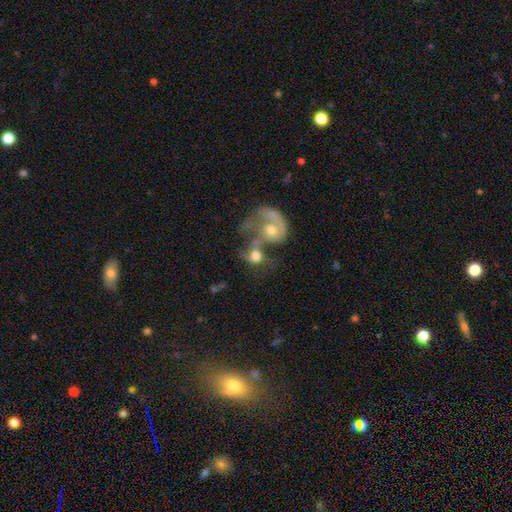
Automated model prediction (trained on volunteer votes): Morphology: type=featured or disk (53%); edge-on=no (96%); bar=no (78%); spiral arms=yes (62%); bulge=moderate (57%); merging=merger (72%).